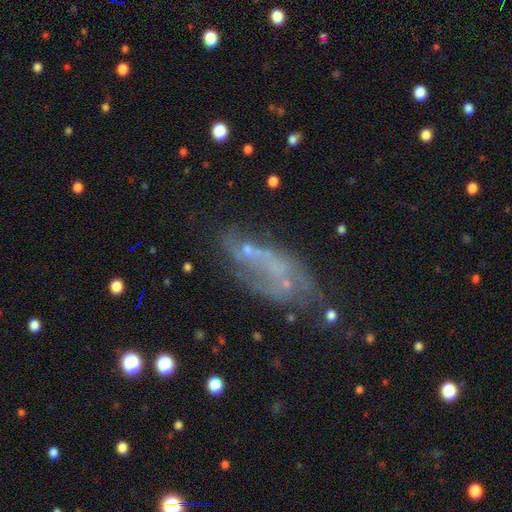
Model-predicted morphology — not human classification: Smooth or featured?
  - featured or disk: 56% *
  - smooth: 29%
  - star or artifact: 15%
Edge-on disk?
  - no: 90% *
  - yes: 10%
Bar?
  - no: 82% *
  - weak: 14%
  - strong: 5%
Spiral arms?
  - no: 74% *
  - yes: 26%
Bulge size?
  - none: 64% *
  - small: 27%
  - moderate: 6%
  - large: 1%
  - dominant: 1%
Merging?
  - none: 38% *
  - major disturbance: 27%
  - minor disturbance: 21%
  - merger: 14%